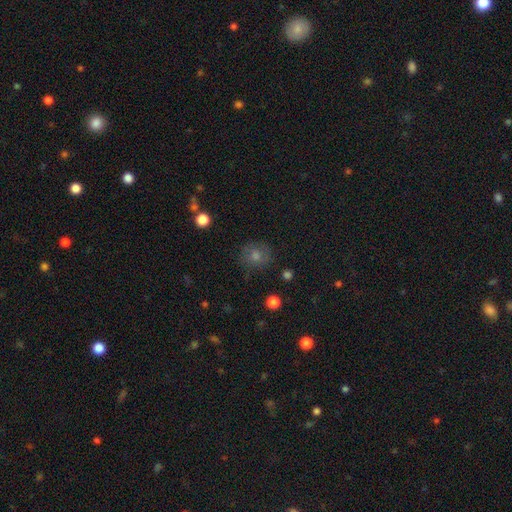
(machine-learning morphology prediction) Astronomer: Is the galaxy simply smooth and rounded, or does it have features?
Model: smooth — 58%.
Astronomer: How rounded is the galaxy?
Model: round — 84%.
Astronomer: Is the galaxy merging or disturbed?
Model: none — 83%.